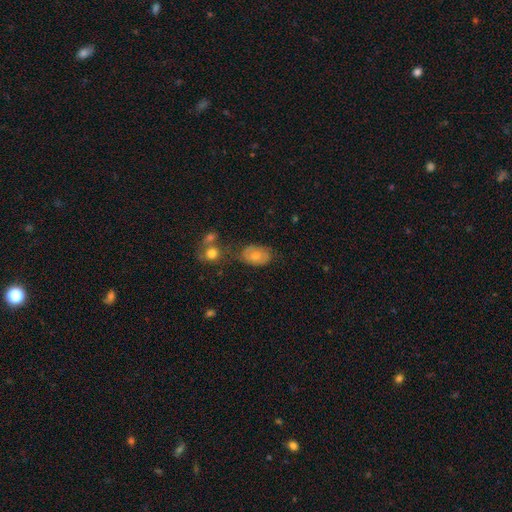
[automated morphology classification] The model was most divided on "merging": none: 60%, minor disturbance: 24%, major disturbance: 9%, merger: 7%. More confident: how rounded — in between (85%); smooth or featured — smooth (67%).